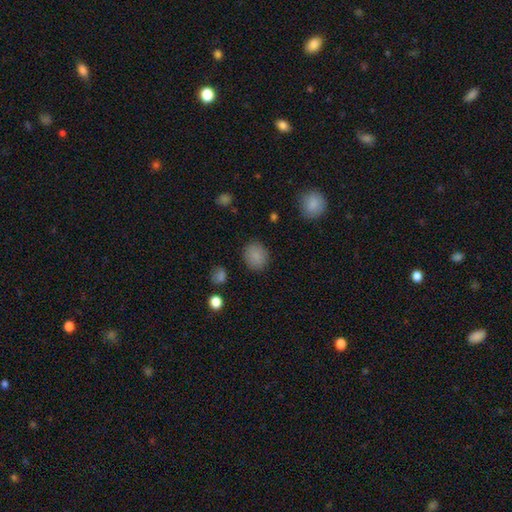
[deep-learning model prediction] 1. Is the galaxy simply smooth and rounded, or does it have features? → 86% smooth, 9% star or artifact, 5% featured or disk.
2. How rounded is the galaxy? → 69% round, 30% in between, 1% cigar-shaped.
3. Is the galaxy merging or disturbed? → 87% none, 8% minor disturbance, 3% major disturbance, 1% merger.